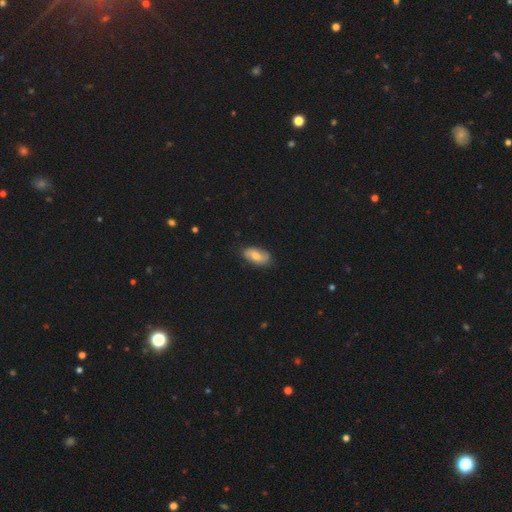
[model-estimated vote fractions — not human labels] Smooth or featured? Predicted: smooth (p=0.58). How rounded? Predicted: in between (p=0.91). Merging? Predicted: none (p=0.78).